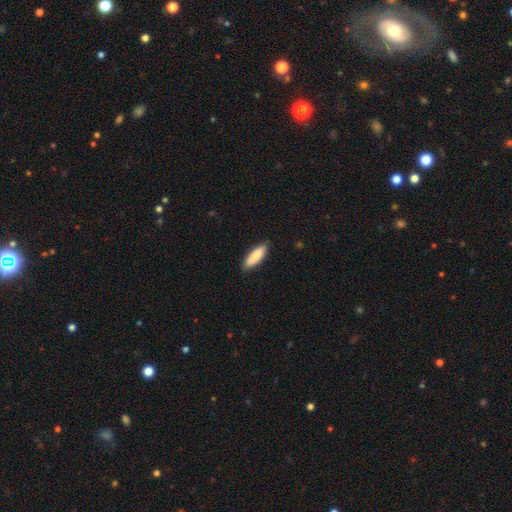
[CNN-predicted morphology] Smooth or featured: smooth — 86% (featured or disk — 9%)
How rounded: in between — 52% (cigar-shaped — 46%)
Merging: none — 85% (minor disturbance — 12%)